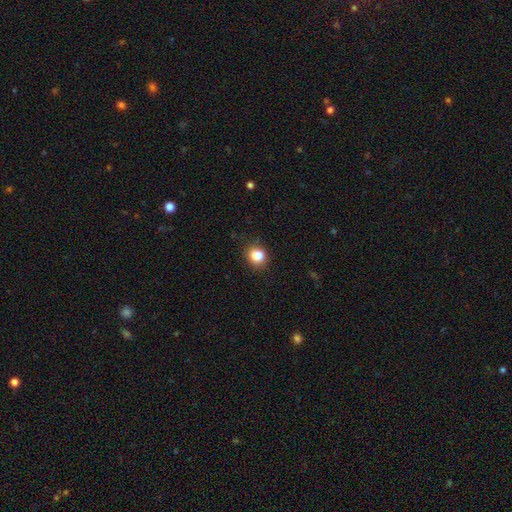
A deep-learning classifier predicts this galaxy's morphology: This appears to be a smooth galaxy with no disk features (83%) that is round (67%). Merging: none (85%).